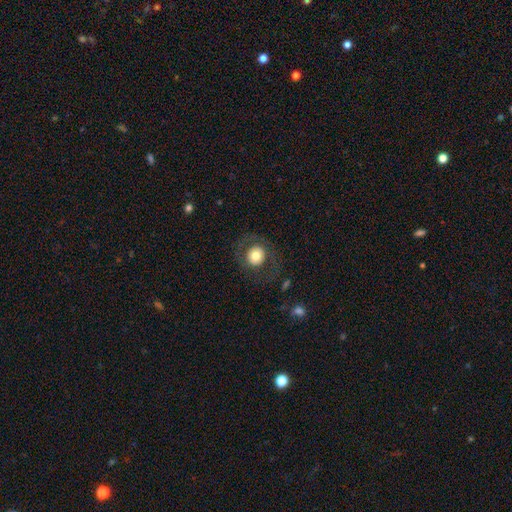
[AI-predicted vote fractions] The model was most divided on "smooth or featured": smooth: 66%, featured or disk: 25%, star or artifact: 9%. More confident: how rounded — round (84%); merging — none (78%).